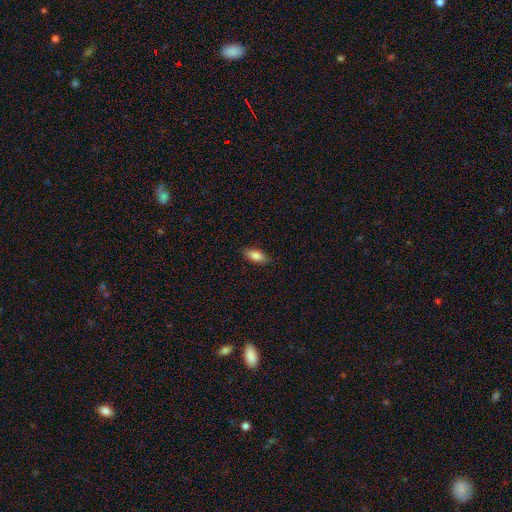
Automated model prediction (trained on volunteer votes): A smooth galaxy with no disk features (84%) that is in between round and cigar-shaped (83%).

Vote fractions:
- Smooth or featured? smooth: 84% / featured or disk: 9% / star or artifact: 7%
- How rounded? in between: 83% / cigar-shaped: 15% / round: 3%
- Merging? none: 85% / minor disturbance: 12% / major disturbance: 2% / merger: 1%